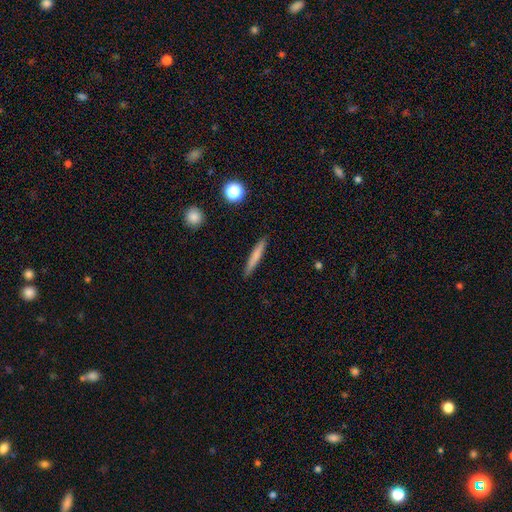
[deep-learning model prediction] Smooth or featured: smooth — 71% (featured or disk — 22%)
How rounded: cigar-shaped — 94% (in between — 5%)
Merging: none — 89% (minor disturbance — 7%)